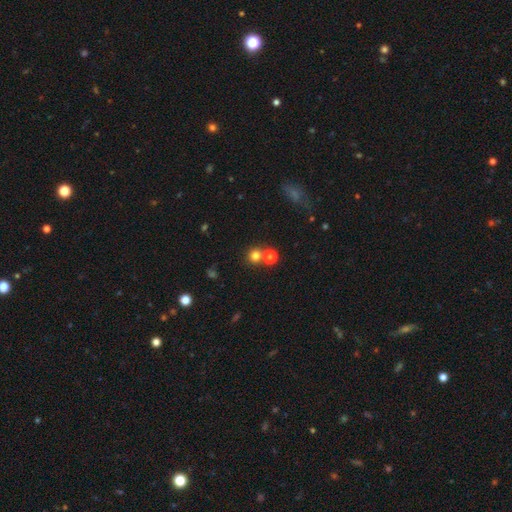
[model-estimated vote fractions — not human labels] Smooth or featured: smooth — 75% (star or artifact — 17%)
How rounded: round — 89% (in between — 10%)
Merging: none — 64% (merger — 27%)